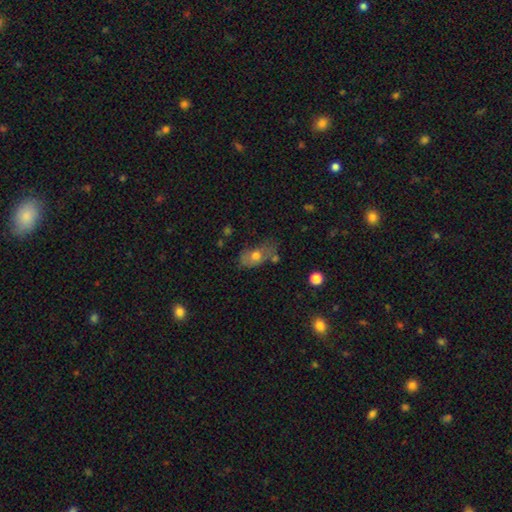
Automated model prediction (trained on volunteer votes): Overall: smooth (65%; featured or disk 26%). How rounded: in between (82%). Merging: none (45%; minor disturbance 29%).